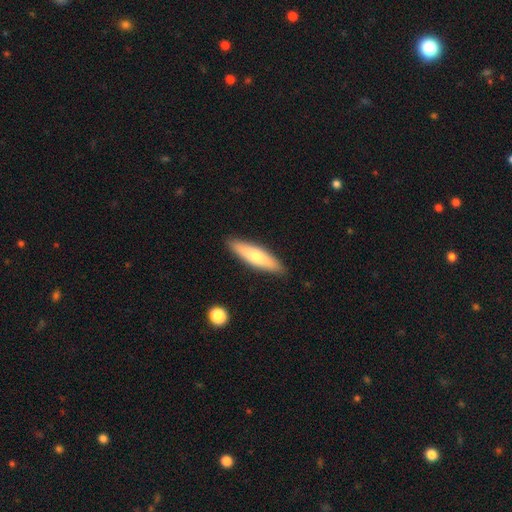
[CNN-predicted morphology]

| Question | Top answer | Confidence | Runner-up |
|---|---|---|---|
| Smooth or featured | smooth | 66% | featured or disk (28%) |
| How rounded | cigar-shaped | 71% | in between (28%) |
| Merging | none | 89% | minor disturbance (8%) |